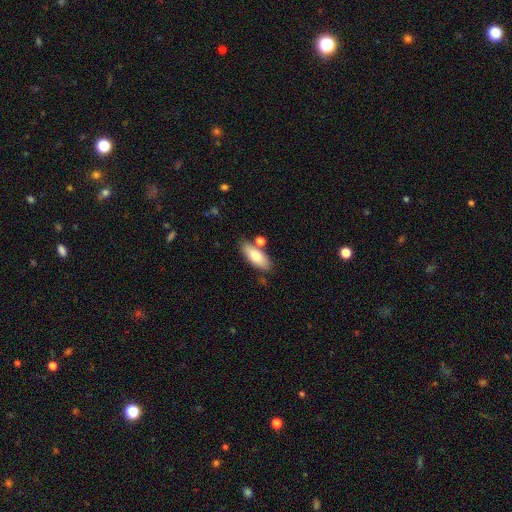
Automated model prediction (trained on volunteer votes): Morphology: type=smooth (75%); roundness=in between (77%); merging=none (73%).